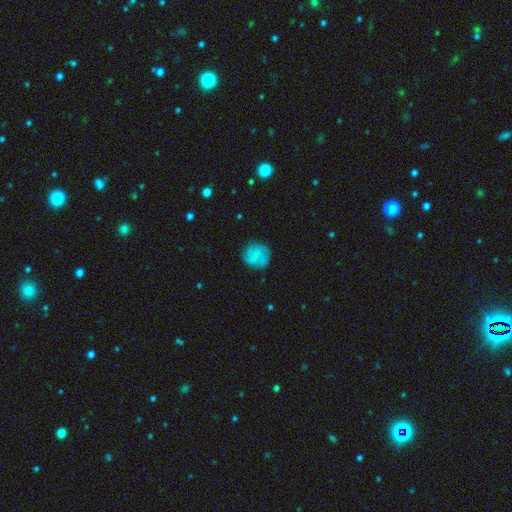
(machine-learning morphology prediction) Overall: smooth (56%; featured or disk 35%). How rounded: round (85%). Merging: none (74%).